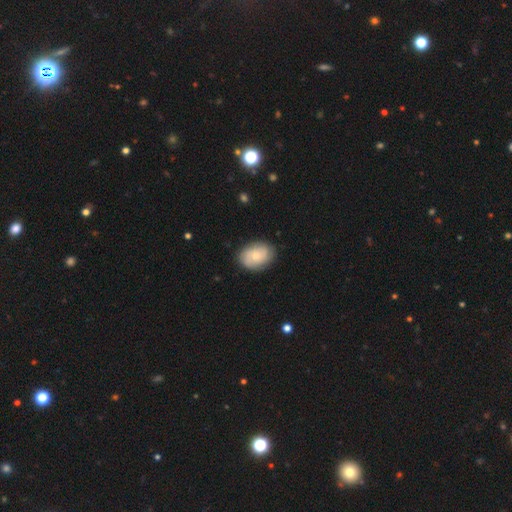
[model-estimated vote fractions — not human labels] Smooth or featured? Predicted: smooth (p=0.55). How rounded? Predicted: in between (p=0.73). Merging? Predicted: none (p=0.81).